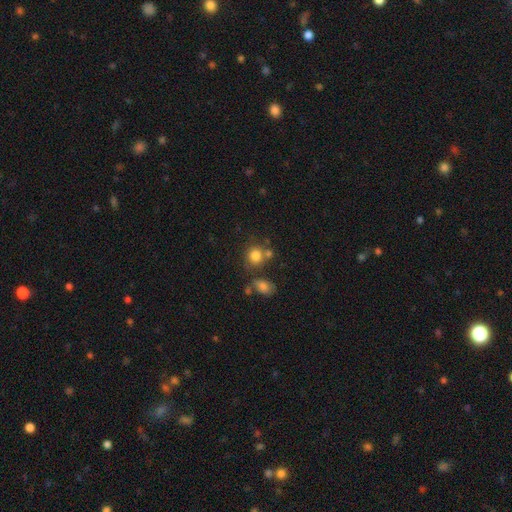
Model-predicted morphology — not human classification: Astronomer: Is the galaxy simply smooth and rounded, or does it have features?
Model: smooth — 81%.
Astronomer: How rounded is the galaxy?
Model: round — 81%.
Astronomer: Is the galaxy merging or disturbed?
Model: none — 62%.